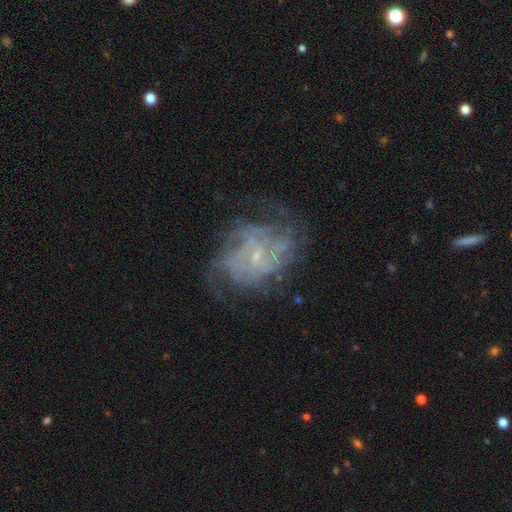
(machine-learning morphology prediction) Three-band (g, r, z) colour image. It shows a featured or disk galaxy (81%) with no bar (53%), tight (50%) spiral arms (88%) and a small central bulge (75%). Merging: none (63%).